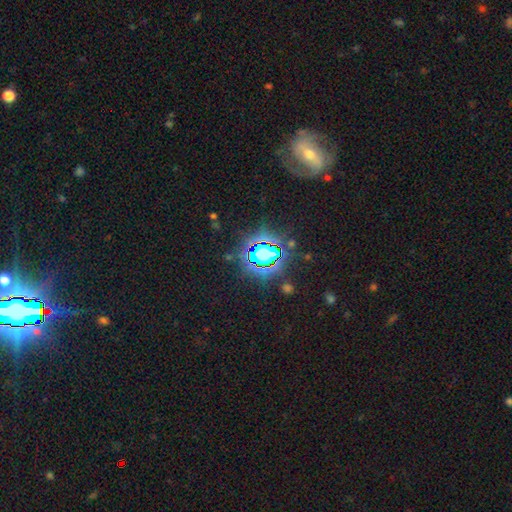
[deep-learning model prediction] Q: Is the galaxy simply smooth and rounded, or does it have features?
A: star or artifact — 72%.